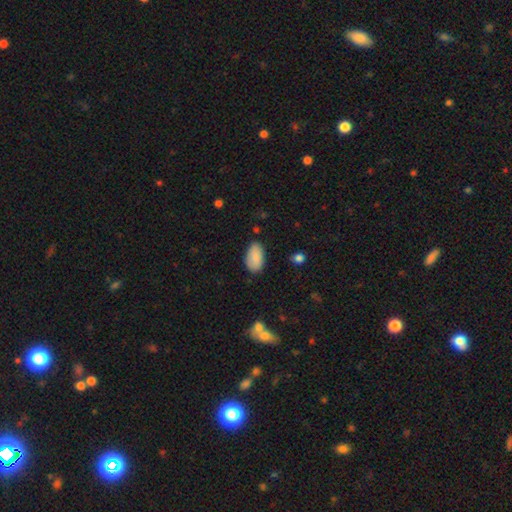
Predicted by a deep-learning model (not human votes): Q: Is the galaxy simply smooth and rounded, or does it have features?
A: smooth — 87%.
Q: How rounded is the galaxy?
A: in between — 95%.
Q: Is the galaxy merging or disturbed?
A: none — 76%.